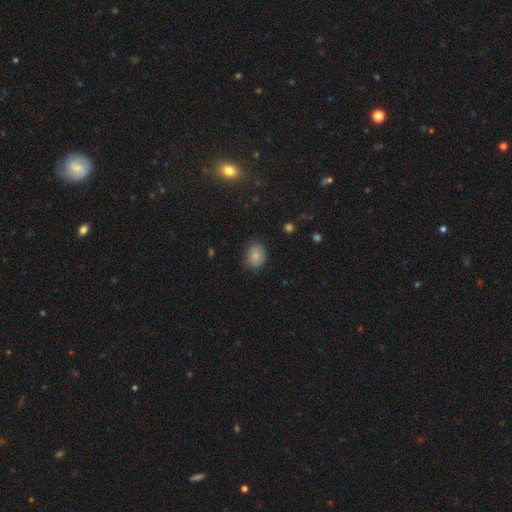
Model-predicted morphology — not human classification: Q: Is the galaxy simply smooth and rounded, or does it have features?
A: smooth — 81%.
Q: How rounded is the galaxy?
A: in between — 51%.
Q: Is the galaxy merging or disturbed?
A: none — 74%.